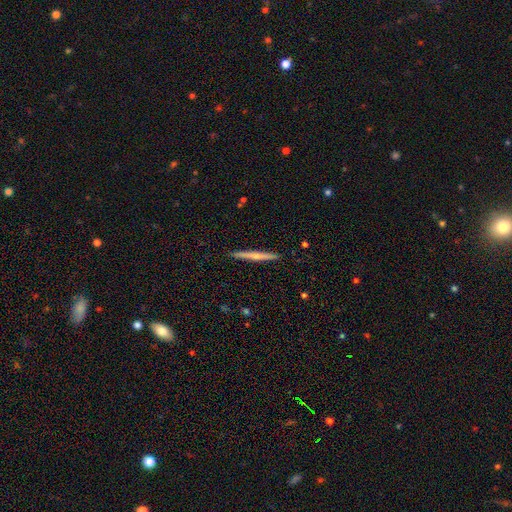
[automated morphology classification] Q: Smooth or featured?
A: featured or disk (56%); runner-up: smooth (38%)
Q: Edge-on disk?
A: yes (98%); runner-up: no (2%)
Q: Edge-on bulge?
A: rounded (57%); runner-up: none (37%)
Q: Merging?
A: none (91%); runner-up: minor disturbance (6%)